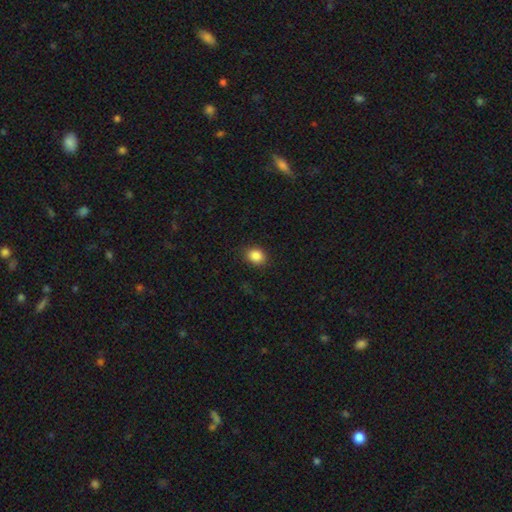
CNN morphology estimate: The model was most divided on "how rounded": in between: 51%, round: 48%, cigar-shaped: 1%. More confident: smooth or featured — smooth (87%); merging — none (86%).